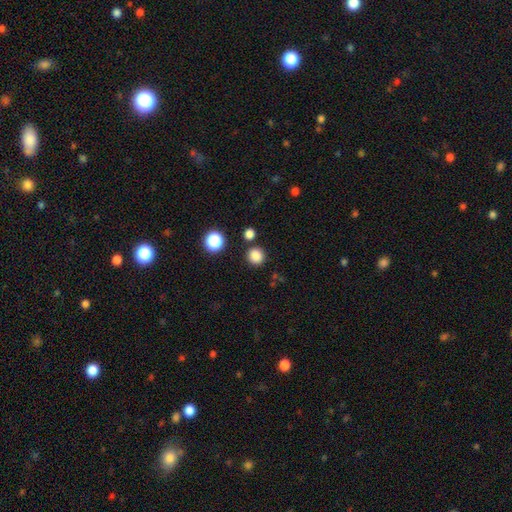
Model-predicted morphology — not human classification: Overall: smooth (84%). How rounded: round (92%). Merging: none (86%).